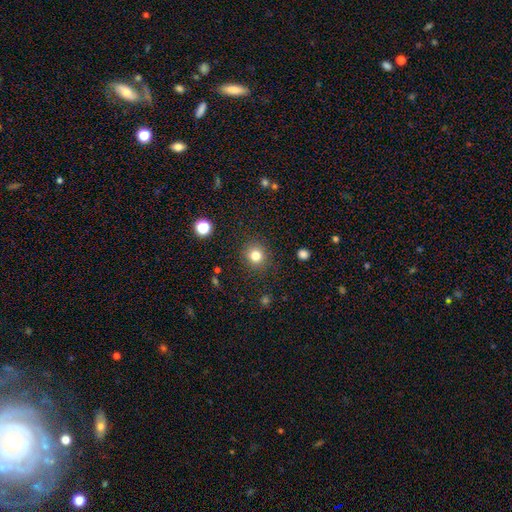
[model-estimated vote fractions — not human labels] Smooth or featured: smooth — 80% (star or artifact — 13%)
How rounded: round — 88% (in between — 11%)
Merging: none — 88% (minor disturbance — 7%)